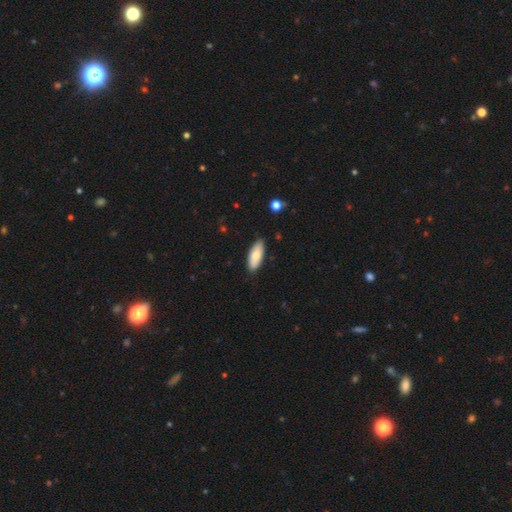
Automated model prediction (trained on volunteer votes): Overall: smooth (78%). How rounded: in between (75%). Merging: none (85%).